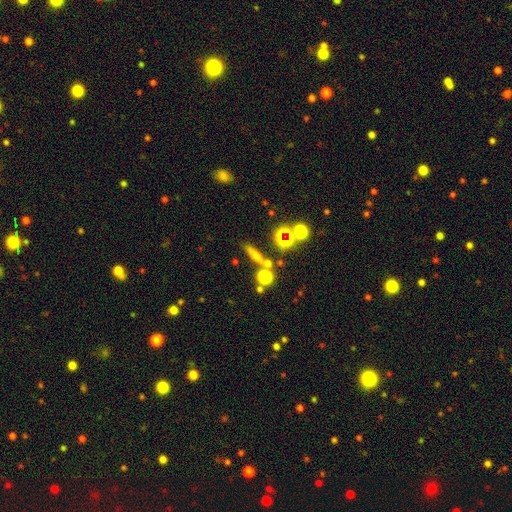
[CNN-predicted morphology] This appears to be a smooth galaxy with no disk features (48%). Merging: none (67%).